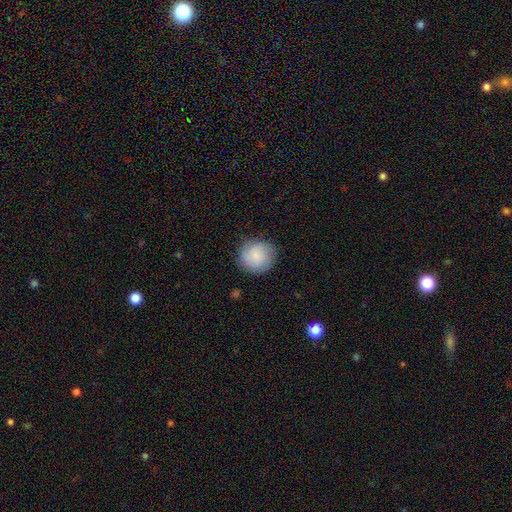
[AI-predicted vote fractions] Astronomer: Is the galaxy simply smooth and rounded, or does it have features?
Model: smooth — 83%.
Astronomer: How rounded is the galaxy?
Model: round — 91%.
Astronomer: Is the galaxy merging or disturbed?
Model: none — 81%.